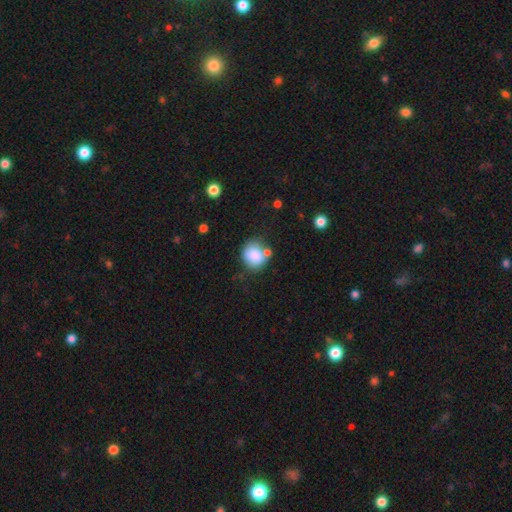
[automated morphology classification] smooth-or-featured: smooth: 84% | star or artifact: 9% | featured or disk: 8%
  how-rounded: round: 76% | in between: 23% | cigar-shaped: 1%
  merging: none: 60% | merger: 18% | minor disturbance: 16% | major disturbance: 5%